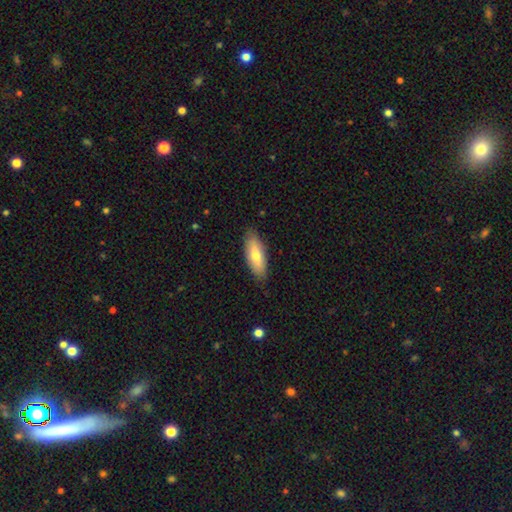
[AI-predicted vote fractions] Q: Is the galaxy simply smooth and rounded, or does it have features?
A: smooth — 69%.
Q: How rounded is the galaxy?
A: in between — 68%.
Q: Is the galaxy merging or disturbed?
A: none — 84%.